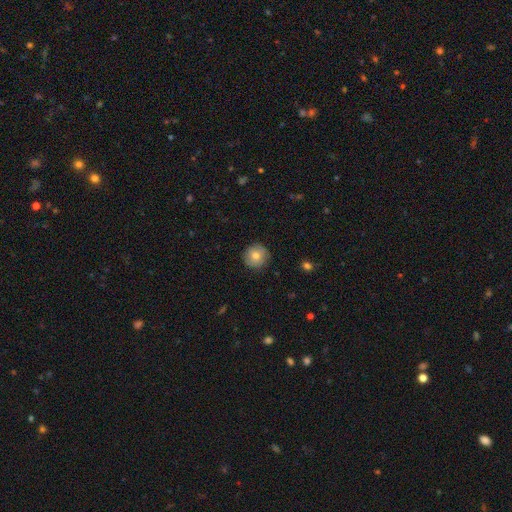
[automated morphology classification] smooth_or_featured: smooth (p=0.77) [alt: featured or disk p=0.14]
how_rounded: round (p=0.95) [alt: in between p=0.04]
merging: none (p=0.89) [alt: minor disturbance p=0.08]